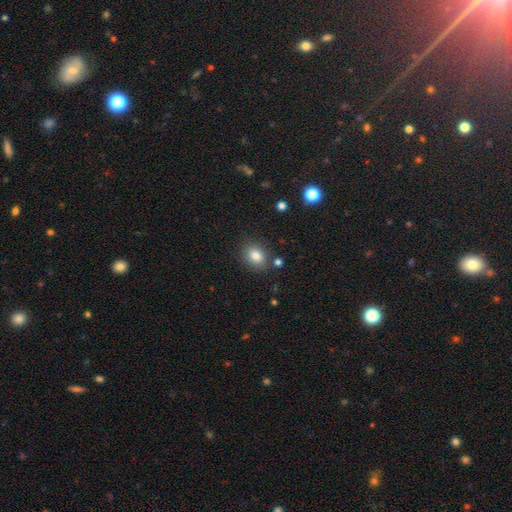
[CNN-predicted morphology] smooth-or-featured: smooth: 82% | star or artifact: 10% | featured or disk: 7%
  how-rounded: in between: 52% | round: 47% | cigar-shaped: 1%
  merging: none: 82% | minor disturbance: 11% | merger: 4% | major disturbance: 3%